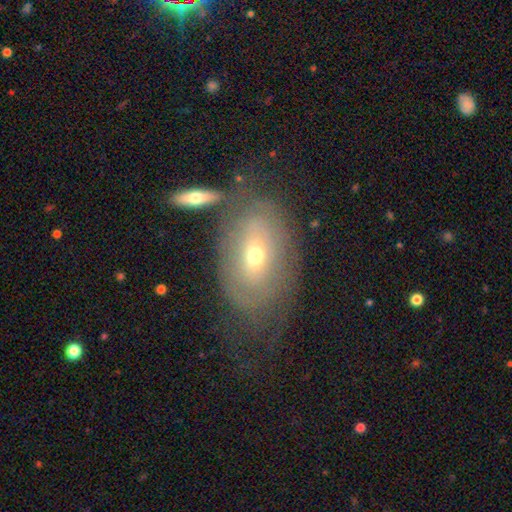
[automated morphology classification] Smooth or featured: featured or disk — 51% (smooth — 40%)
Edge-on disk: no — 87% (yes — 13%)
Merging: none — 52% (minor disturbance — 20%)